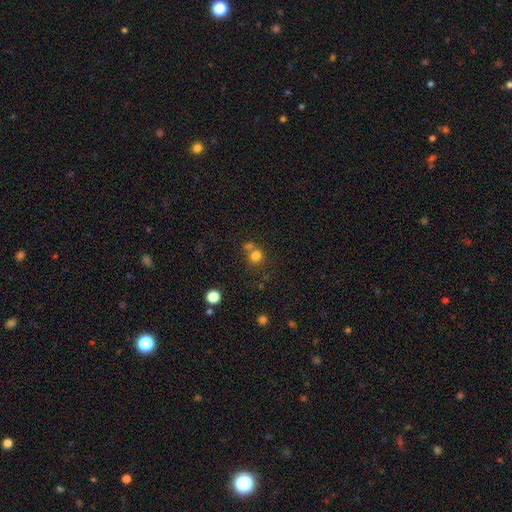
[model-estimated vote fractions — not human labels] The model was most divided on "merging": none: 55%, merger: 31%, minor disturbance: 9%, major disturbance: 5%. More confident: how rounded — round (82%); smooth or featured — smooth (78%).